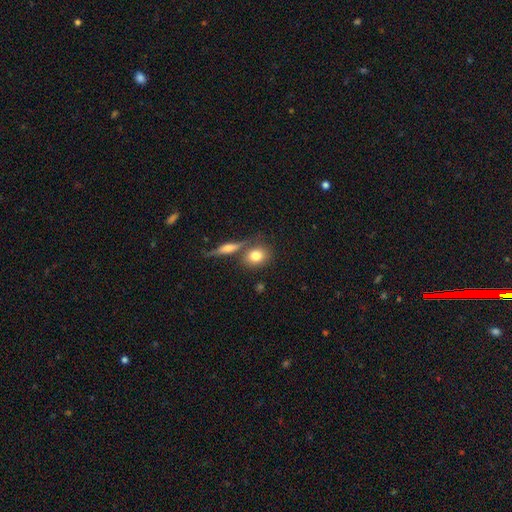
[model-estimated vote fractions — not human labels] Smooth or featured: smooth — 78% (featured or disk — 14%)
How rounded: round — 55% (in between — 41%)
Merging: none — 64% (merger — 21%)